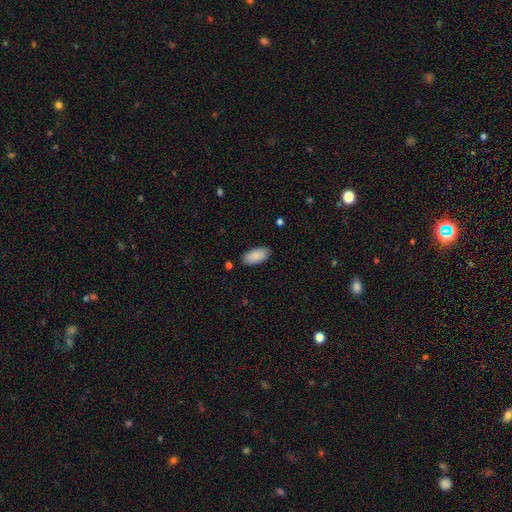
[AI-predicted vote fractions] Smooth or featured? Predicted: smooth (p=0.89). How rounded? Predicted: in between (p=0.91). Merging? Predicted: none (p=0.86).